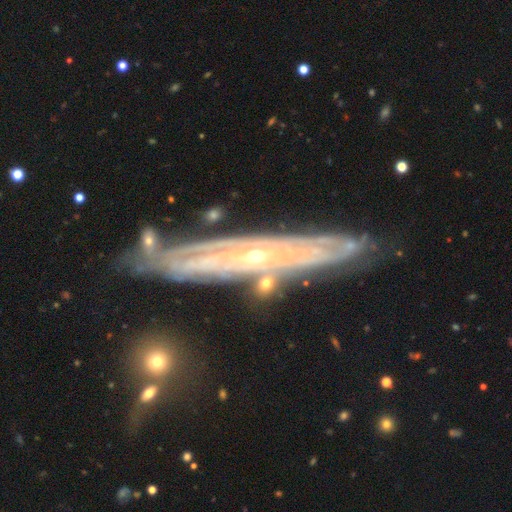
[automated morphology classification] Smooth or featured: featured or disk — 83% (smooth — 10%)
Edge-on disk: no — 51% (yes — 49%)
Merging: none — 79% (minor disturbance — 14%)